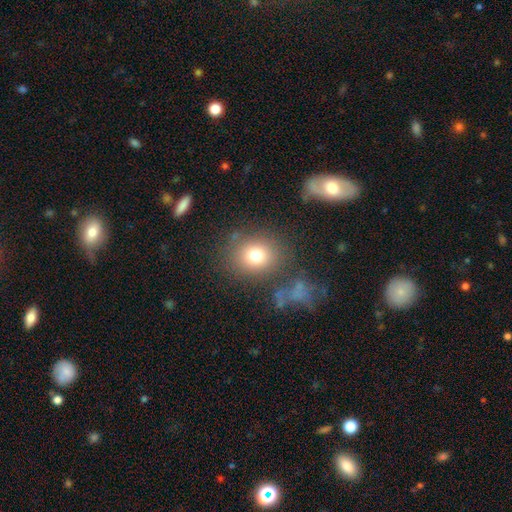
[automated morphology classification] A smooth galaxy with no disk features (76%) that is round (69%).

Vote fractions:
- Smooth or featured? smooth: 76% / star or artifact: 12% / featured or disk: 11%
- How rounded? round: 69% / in between: 30% / cigar-shaped: 1%
- Merging? none: 72% / minor disturbance: 13% / major disturbance: 9% / merger: 7%